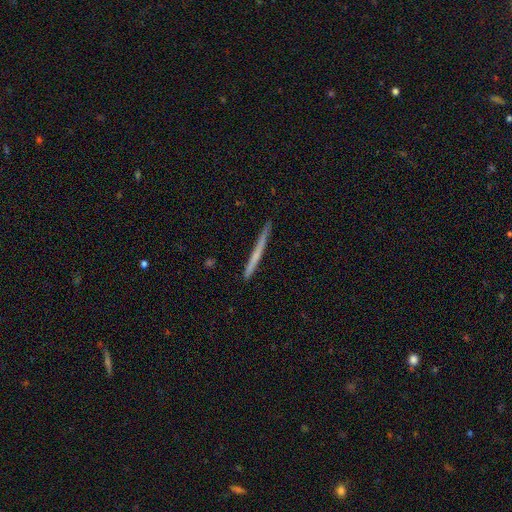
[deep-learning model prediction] Q: Smooth or featured?
A: smooth (49%); runner-up: featured or disk (45%)
Q: Merging?
A: none (89%); runner-up: minor disturbance (8%)